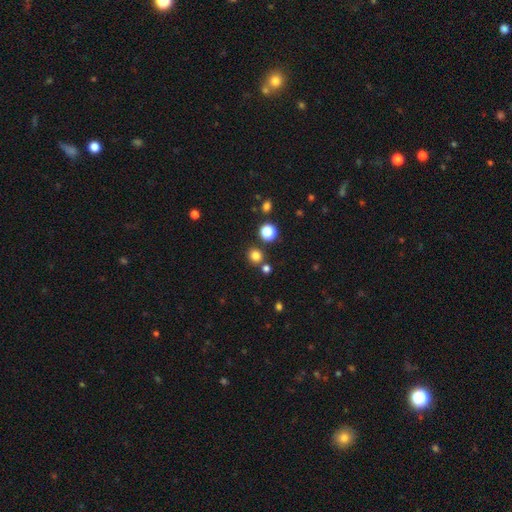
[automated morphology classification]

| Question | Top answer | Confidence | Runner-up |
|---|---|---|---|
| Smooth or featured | smooth | 78% | star or artifact (17%) |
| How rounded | round | 89% | in between (10%) |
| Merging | none | 81% | merger (9%) |